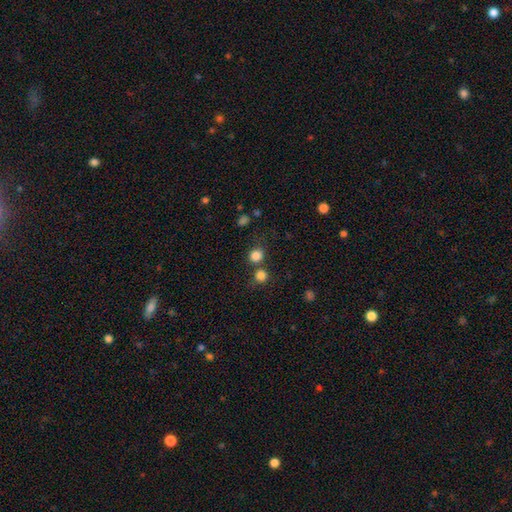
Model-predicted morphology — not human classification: A smooth galaxy with no disk features (82%) that is round (84%).

Vote fractions:
- Smooth or featured? smooth: 82% / star or artifact: 13% / featured or disk: 5%
- How rounded? round: 84% / in between: 15% / cigar-shaped: 1%
- Merging? none: 66% / merger: 21% / minor disturbance: 9% / major disturbance: 4%